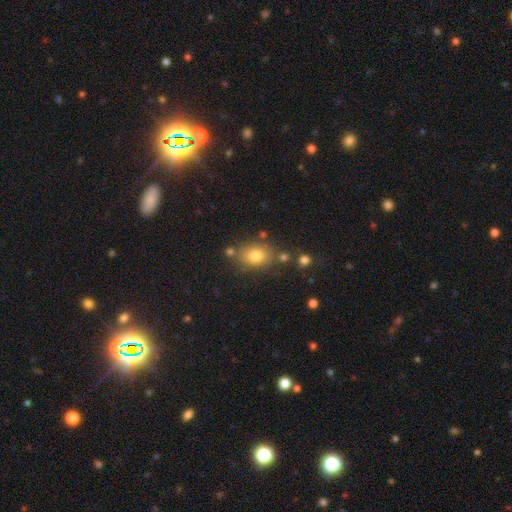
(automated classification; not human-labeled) Smooth or featured?
  - smooth: 78% *
  - star or artifact: 11%
  - featured or disk: 11%
How rounded?
  - in between: 66% *
  - round: 33%
  - cigar-shaped: 1%
Merging?
  - none: 72% *
  - minor disturbance: 14%
  - merger: 9%
  - major disturbance: 5%